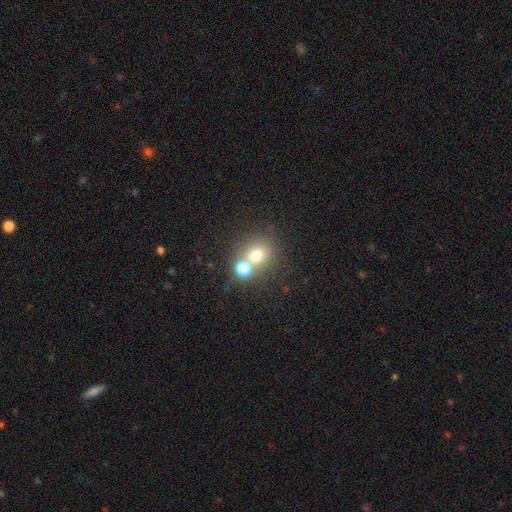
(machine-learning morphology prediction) Q: Smooth or featured?
A: smooth (69%); runner-up: star or artifact (17%)
Q: How rounded?
A: round (80%); runner-up: in between (19%)
Q: Merging?
A: none (48%); runner-up: merger (40%)